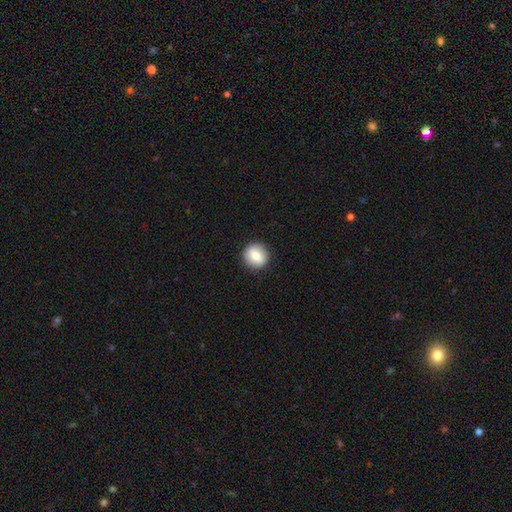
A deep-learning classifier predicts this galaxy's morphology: A smooth galaxy with no disk features (76%) that is round (90%). Merging: none (90%).